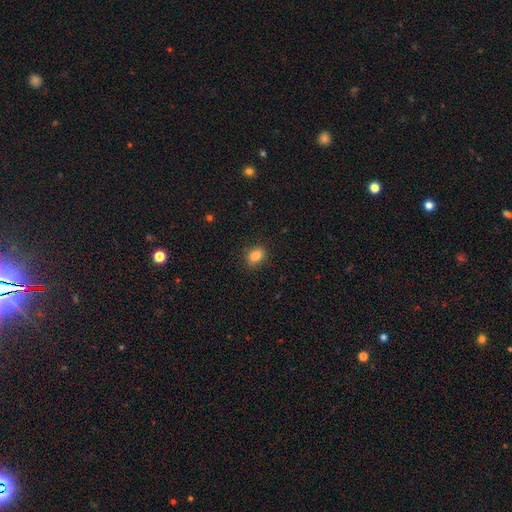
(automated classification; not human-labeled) Smooth or featured? smooth (84%)
How rounded? in between (61%)
Merging? none (87%)